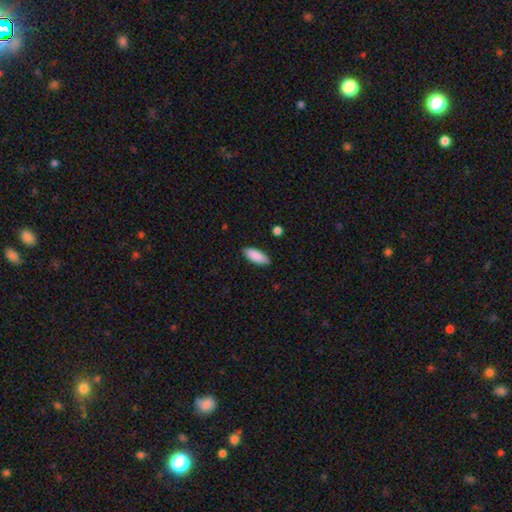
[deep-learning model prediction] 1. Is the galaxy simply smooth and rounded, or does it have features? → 89% smooth, 6% star or artifact, 5% featured or disk.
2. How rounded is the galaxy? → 77% in between, 21% cigar-shaped, 2% round.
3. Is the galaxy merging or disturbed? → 88% none, 9% minor disturbance, 2% major disturbance, 1% merger.